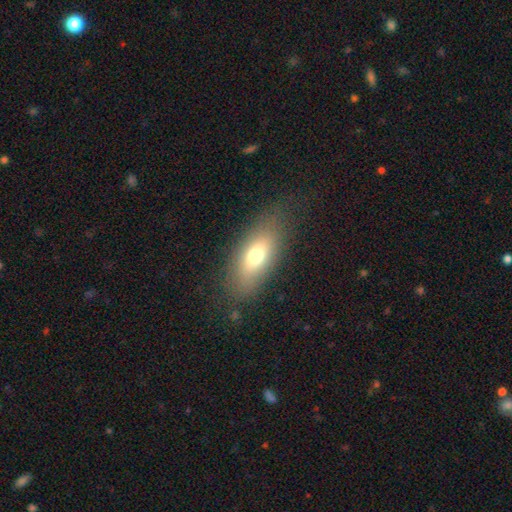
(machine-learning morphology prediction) Smooth or featured?
  - smooth: 69% *
  - featured or disk: 21%
  - star or artifact: 9%
How rounded?
  - in between: 81% *
  - cigar-shaped: 15%
  - round: 5%
Merging?
  - none: 78% *
  - minor disturbance: 14%
  - major disturbance: 7%
  - merger: 1%